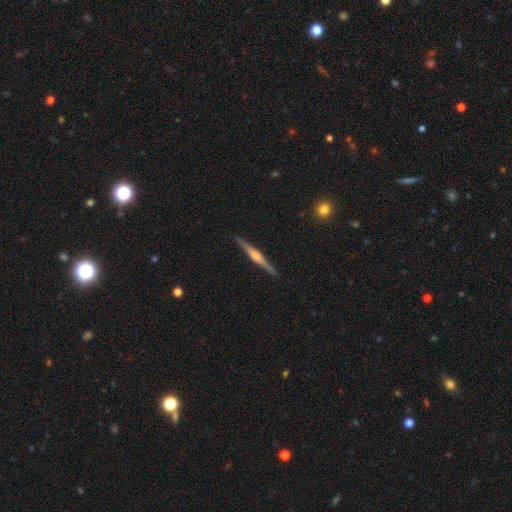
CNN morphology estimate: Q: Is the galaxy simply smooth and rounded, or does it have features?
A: featured or disk — 73%.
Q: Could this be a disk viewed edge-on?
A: yes — 98%.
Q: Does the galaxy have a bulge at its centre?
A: rounded — 63%.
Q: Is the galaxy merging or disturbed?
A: none — 91%.